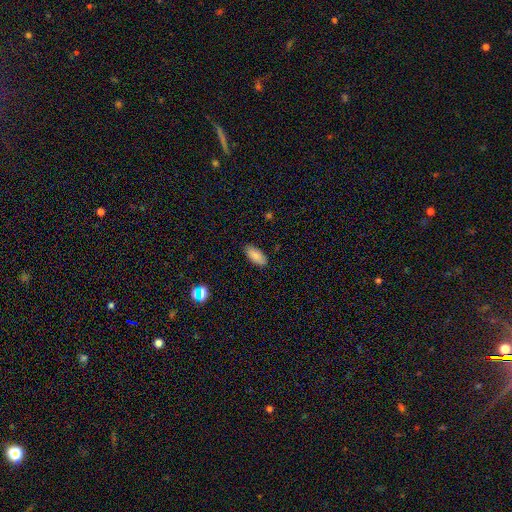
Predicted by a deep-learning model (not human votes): A smooth galaxy with no disk features (84%) that is in between round and cigar-shaped (89%).

Vote fractions:
- Smooth or featured? smooth: 84% / star or artifact: 8% / featured or disk: 8%
- How rounded? in between: 89% / cigar-shaped: 9% / round: 2%
- Merging? none: 85% / minor disturbance: 12% / major disturbance: 2% / merger: 1%